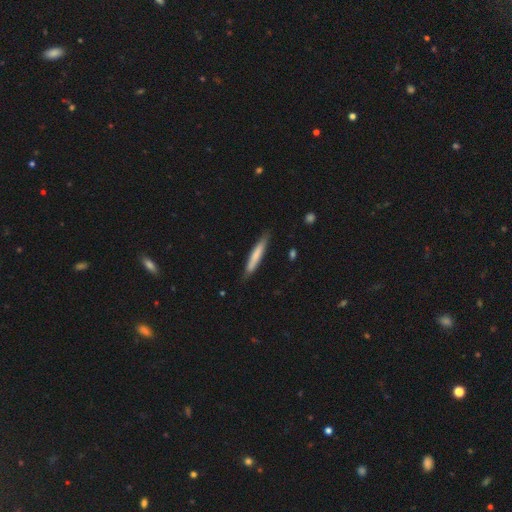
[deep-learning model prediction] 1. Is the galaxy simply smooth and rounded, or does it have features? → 71% smooth, 24% featured or disk, 5% star or artifact.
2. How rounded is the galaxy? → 93% cigar-shaped, 6% in between, 1% round.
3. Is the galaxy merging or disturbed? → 83% none, 14% minor disturbance, 2% major disturbance, 1% merger.